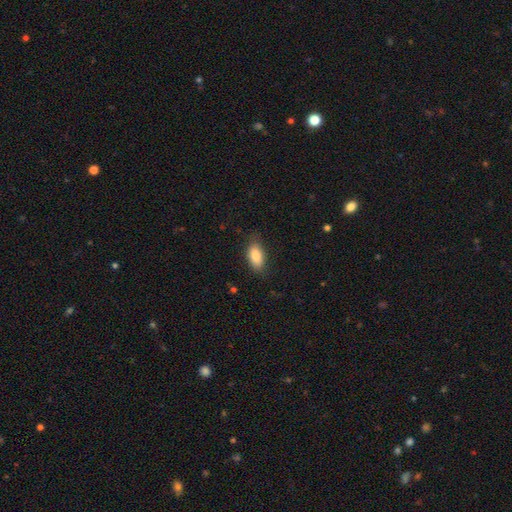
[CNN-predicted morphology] smooth_or_featured: smooth (p=0.83) [alt: featured or disk p=0.10]
how_rounded: in between (p=0.88) [alt: cigar-shaped p=0.08]
merging: none (p=0.79) [alt: minor disturbance p=0.17]